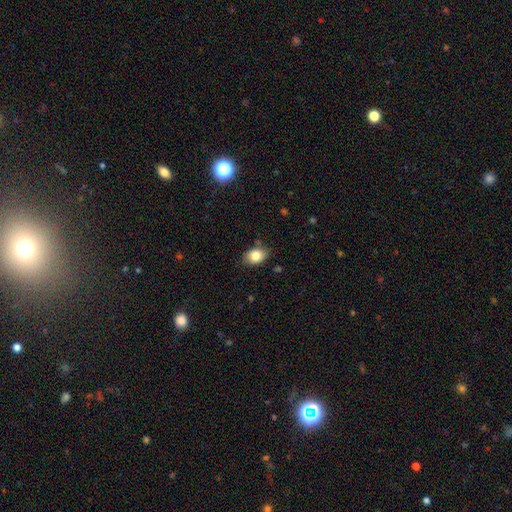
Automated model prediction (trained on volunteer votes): A smooth galaxy with no disk features (82%) that is in between round and cigar-shaped (79%).

Vote fractions:
- Smooth or featured? smooth: 82% / featured or disk: 10% / star or artifact: 8%
- How rounded? in between: 79% / round: 20% / cigar-shaped: 1%
- Merging? none: 80% / minor disturbance: 15% / major disturbance: 3% / merger: 2%